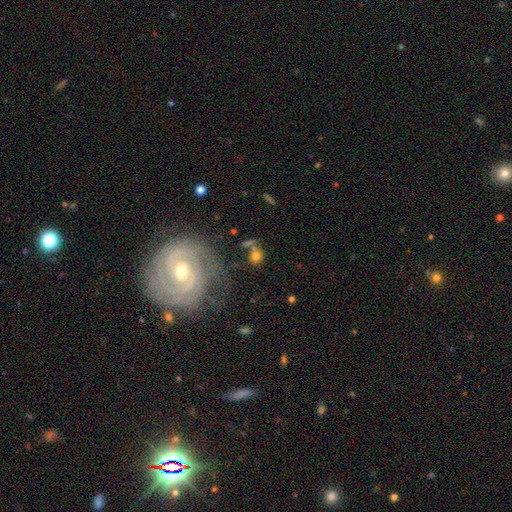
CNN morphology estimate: smooth 65%, featured or disk 20%, star or artifact 15%. Down the decision tree: how rounded — round (60%); merging — none (56%).